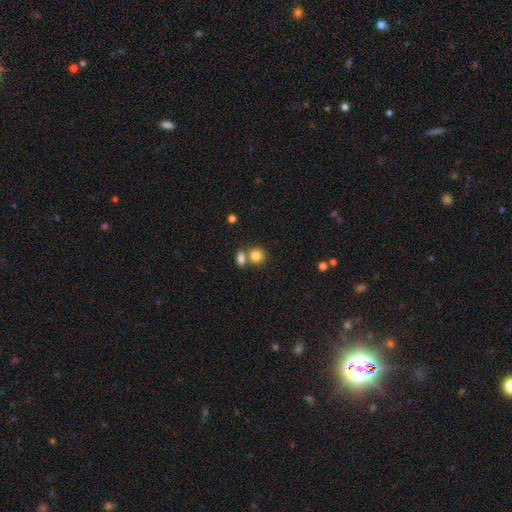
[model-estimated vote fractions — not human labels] Smooth or featured? smooth (83%)
How rounded? round (77%)
Merging? none (50%)